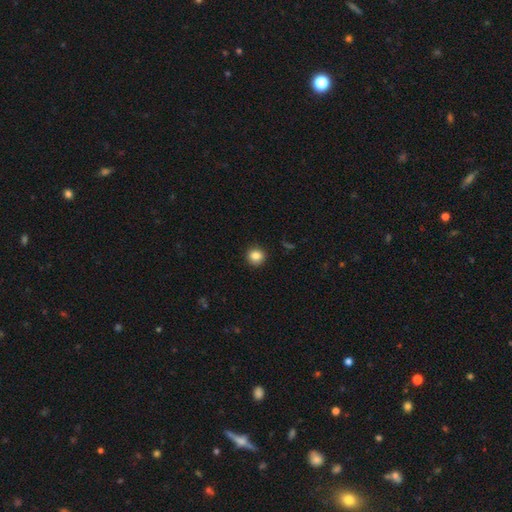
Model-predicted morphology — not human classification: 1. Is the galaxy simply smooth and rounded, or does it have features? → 85% smooth, 10% star or artifact, 5% featured or disk.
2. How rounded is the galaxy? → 93% round, 6% in between, 1% cigar-shaped.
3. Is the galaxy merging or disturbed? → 92% none, 5% minor disturbance, 2% major disturbance, 1% merger.